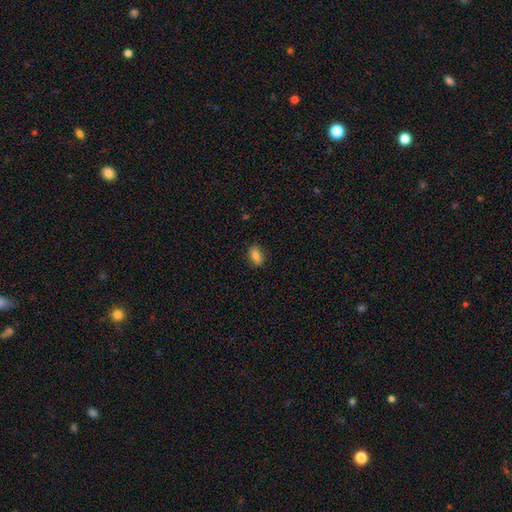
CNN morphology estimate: A smooth galaxy with no disk features (84%) that is in between round and cigar-shaped (88%). Merging: none (86%).